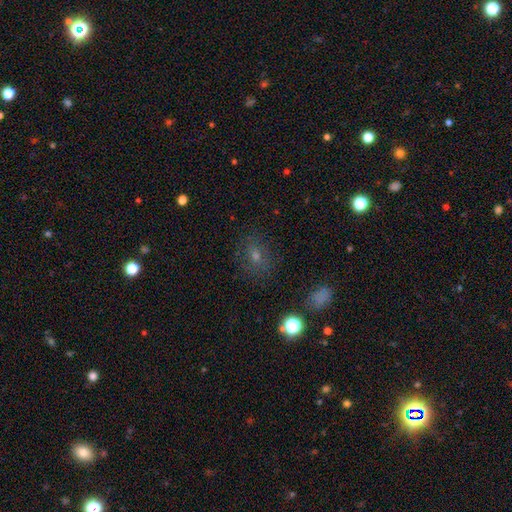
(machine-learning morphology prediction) This is possibly a smooth galaxy (52%). How rounded: possibly round (55%). Merging: likely none (80%).